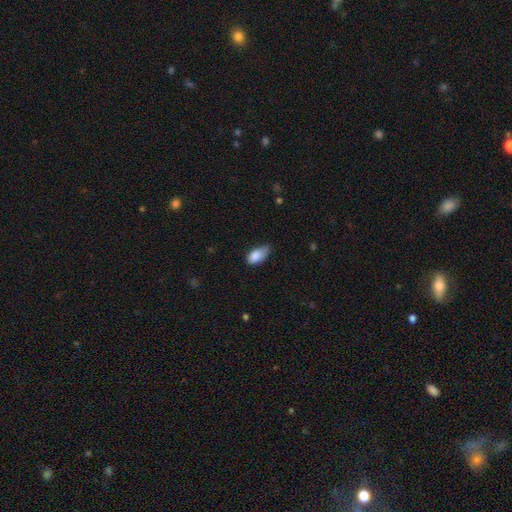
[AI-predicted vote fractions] This appears to be a smooth galaxy with no disk features (84%) that is in between round and cigar-shaped (92%). Merging: minor disturbance (49%).